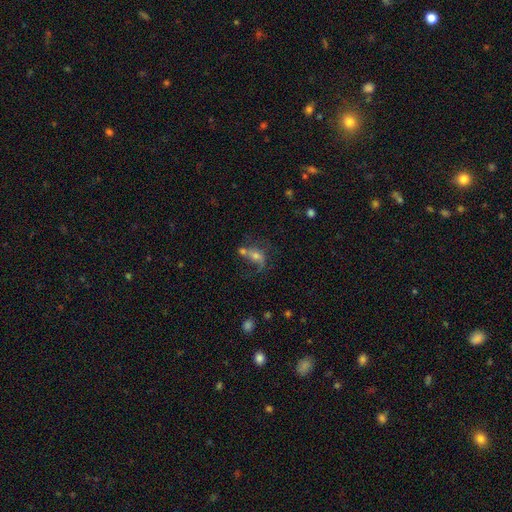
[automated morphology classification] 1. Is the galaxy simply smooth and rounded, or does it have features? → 49% featured or disk, 36% smooth, 15% star or artifact.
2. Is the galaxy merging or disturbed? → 32% none, 29% merger, 23% major disturbance, 16% minor disturbance.